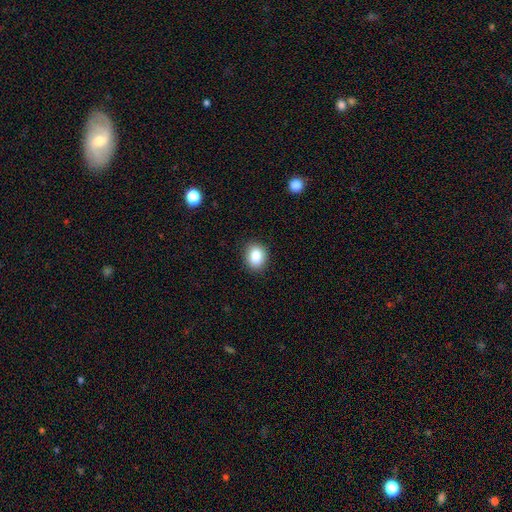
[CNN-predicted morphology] Smooth or featured: smooth — 85% (star or artifact — 9%)
How rounded: round — 54% (in between — 46%)
Merging: none — 89% (minor disturbance — 8%)